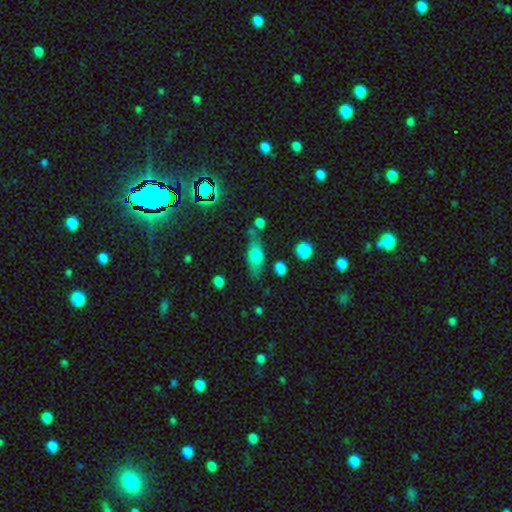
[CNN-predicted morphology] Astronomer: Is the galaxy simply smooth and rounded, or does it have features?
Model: smooth — 66%.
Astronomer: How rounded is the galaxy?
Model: in between — 68%.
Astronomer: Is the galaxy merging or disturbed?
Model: none — 62%.